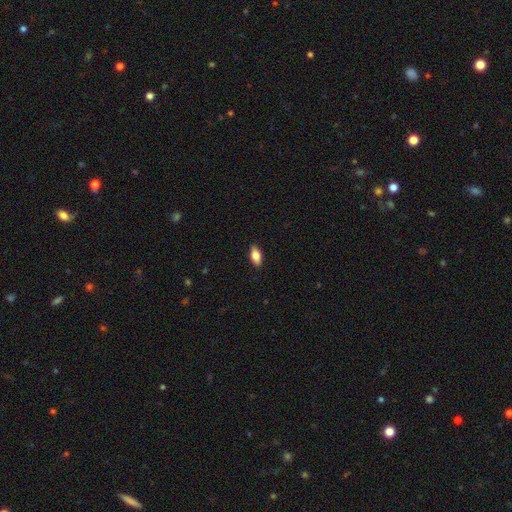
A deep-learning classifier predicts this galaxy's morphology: Overall: smooth (75%). How rounded: in between (85%). Merging: none (88%).